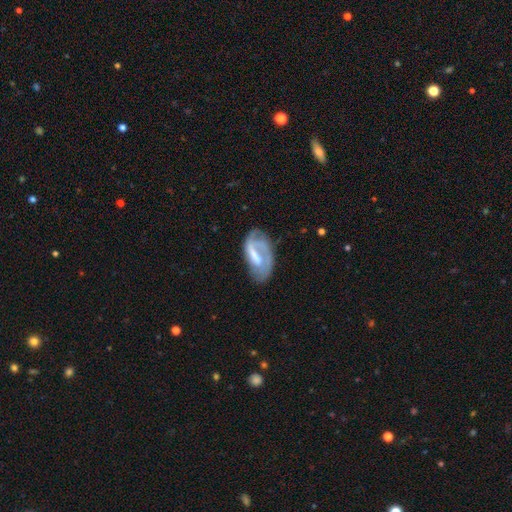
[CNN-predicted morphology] Smooth or featured? Predicted: featured or disk (p=0.67). Edge-on disk? Predicted: no (p=0.94). Bar? Predicted: strong (p=0.42). Spiral arms? Predicted: yes (p=0.77). Bulge size? Predicted: moderate (p=0.34). Merging? Predicted: none (p=0.50).